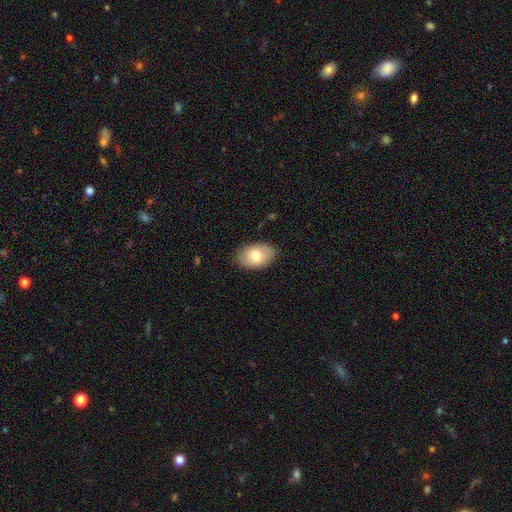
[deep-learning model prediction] smooth 76%, featured or disk 17%, star or artifact 7%. Down the decision tree: how rounded — in between (91%); merging — none (86%).